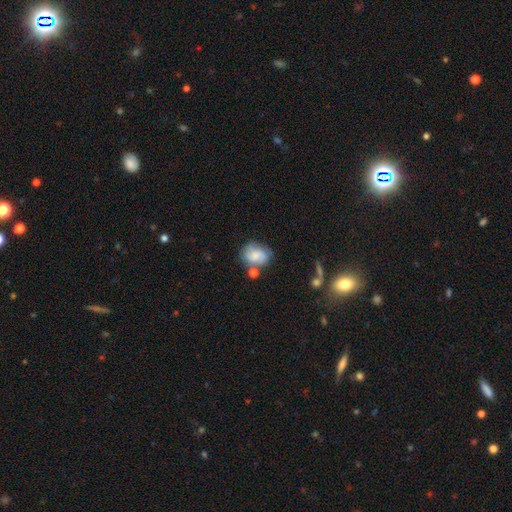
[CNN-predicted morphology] Smooth or featured? featured or disk (46%)
Merging? none (54%)